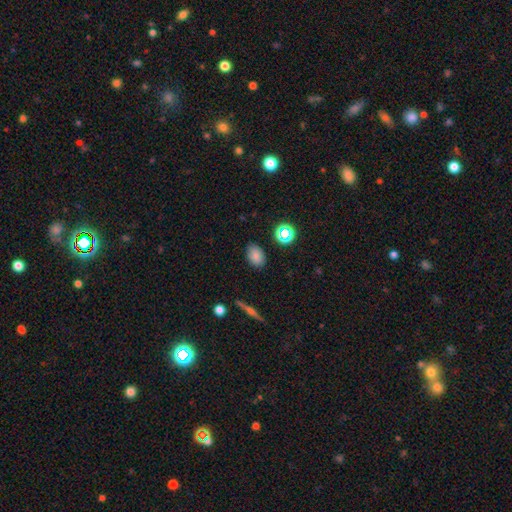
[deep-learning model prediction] smooth_or_featured: smooth (p=0.80) [alt: star or artifact p=0.13]
how_rounded: in between (p=0.82) [alt: round p=0.16]
merging: none (p=0.84) [alt: minor disturbance p=0.12]